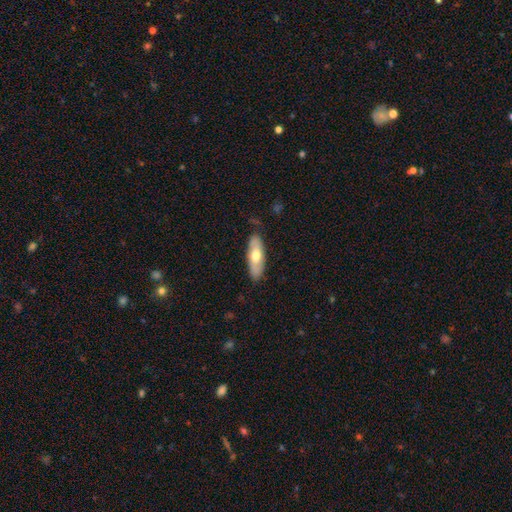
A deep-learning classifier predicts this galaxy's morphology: type=smooth (58%); roundness=in between (66%); merging=none (82%).